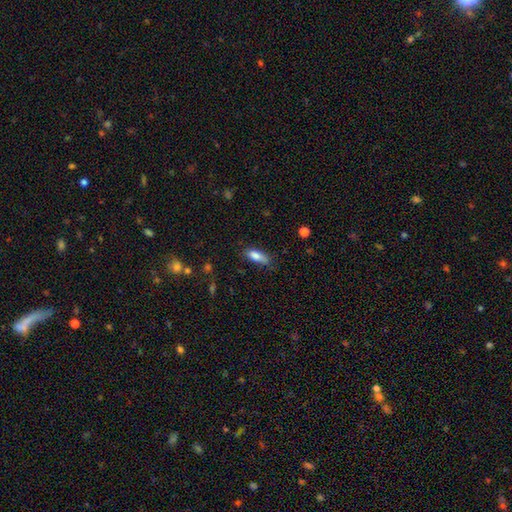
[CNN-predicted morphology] This appears to be a smooth galaxy with no disk features (82%) that is in between round and cigar-shaped (69%). Merging: none (70%).